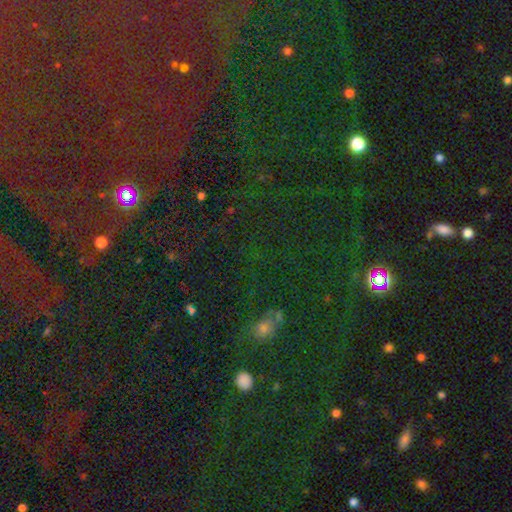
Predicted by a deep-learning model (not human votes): This appears to be a star or artifact, not a galaxy (60%).